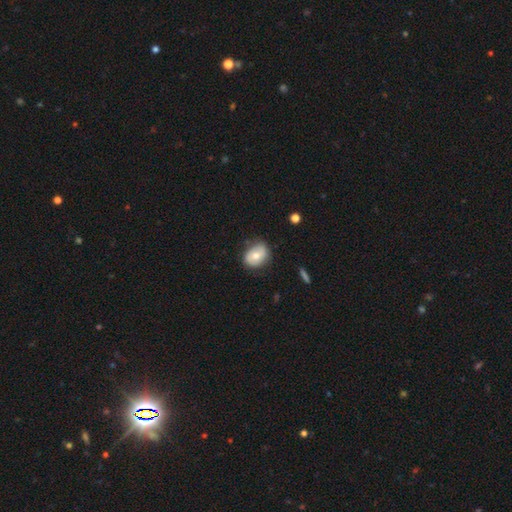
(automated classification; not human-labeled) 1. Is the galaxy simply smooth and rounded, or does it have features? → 63% smooth, 29% featured or disk, 8% star or artifact.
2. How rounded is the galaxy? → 64% in between, 35% round, 1% cigar-shaped.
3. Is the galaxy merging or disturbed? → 73% none, 21% minor disturbance, 5% major disturbance, 1% merger.